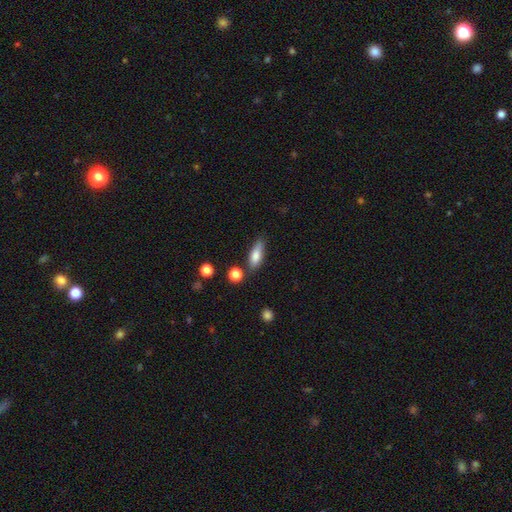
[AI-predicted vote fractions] A smooth galaxy with no disk features (78%) that is in between round and cigar-shaped (60%). Merging: none (73%).